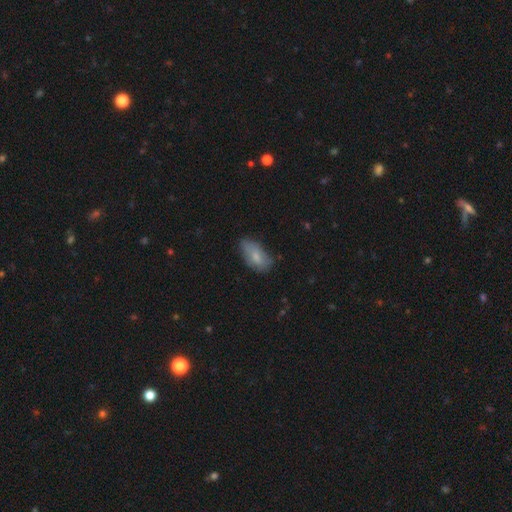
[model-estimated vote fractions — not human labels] Overall: smooth (74%). How rounded: in between (91%). Merging: none (59%; minor disturbance 31%).